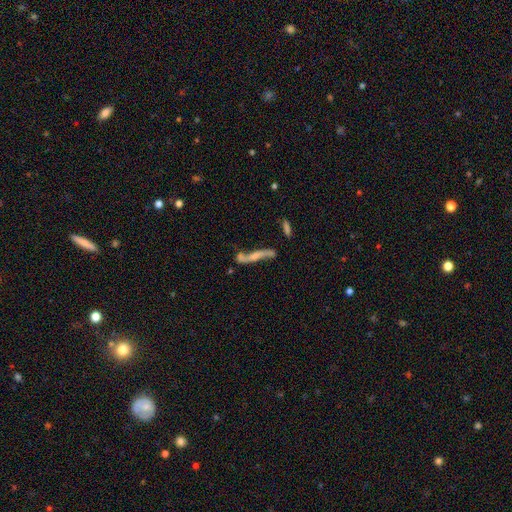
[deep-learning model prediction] The model was most divided on "edge-on disk": no: 57%, yes: 43%. Remaining: smooth or featured — featured or disk (62%); merging — none (48%).